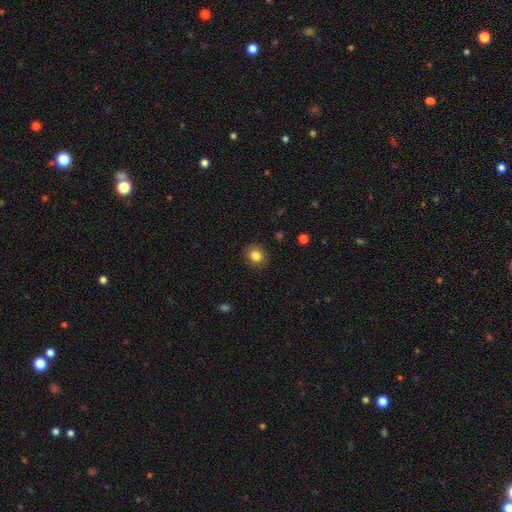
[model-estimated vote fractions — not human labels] smooth-or-featured: smooth: 84% | star or artifact: 10% | featured or disk: 5%
  how-rounded: round: 81% | in between: 18% | cigar-shaped: 1%
  merging: none: 90% | minor disturbance: 7% | major disturbance: 2% | merger: 1%